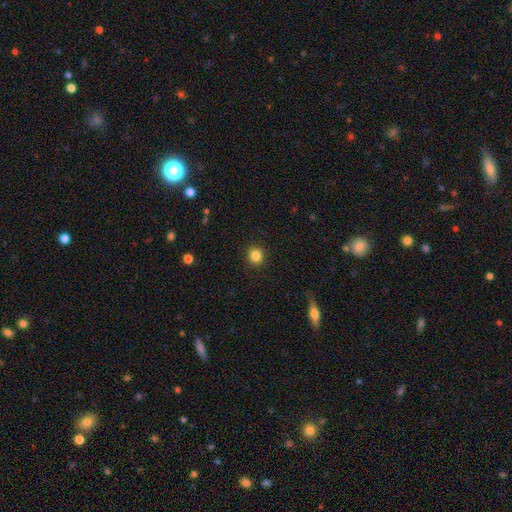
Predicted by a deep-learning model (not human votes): Overall: smooth (84%). How rounded: round (92%). Merging: none (92%).